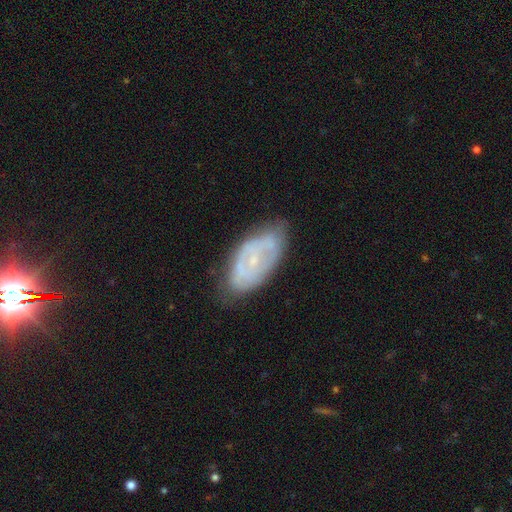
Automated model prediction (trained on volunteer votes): smooth-or-featured: featured or disk: 59% | smooth: 31% | star or artifact: 10%
  disk-edge-on: no: 92% | yes: 8%
    bar: no: 63% | weak: 28% | strong: 9%
    has-spiral-arms: yes: 54% | no: 46%
    bulge-size: small: 72% | moderate: 17% | none: 9% | large: 1% | dominant: 1%
  merging: none: 72% | minor disturbance: 20% | major disturbance: 6% | merger: 2%